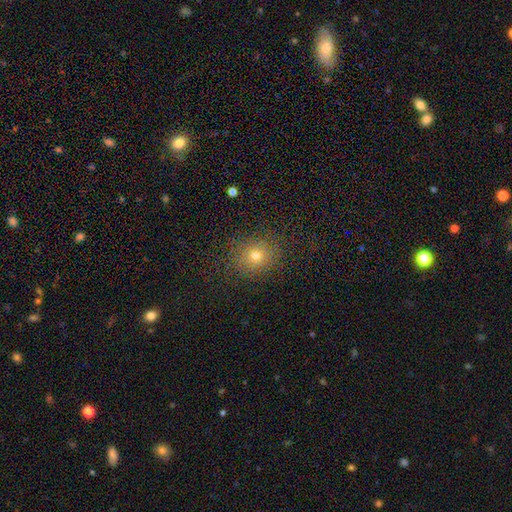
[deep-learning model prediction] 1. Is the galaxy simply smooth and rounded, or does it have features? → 72% smooth, 18% star or artifact, 10% featured or disk.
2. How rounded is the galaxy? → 75% round, 24% in between, 1% cigar-shaped.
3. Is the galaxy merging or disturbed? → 85% none, 10% minor disturbance, 4% major disturbance, 1% merger.